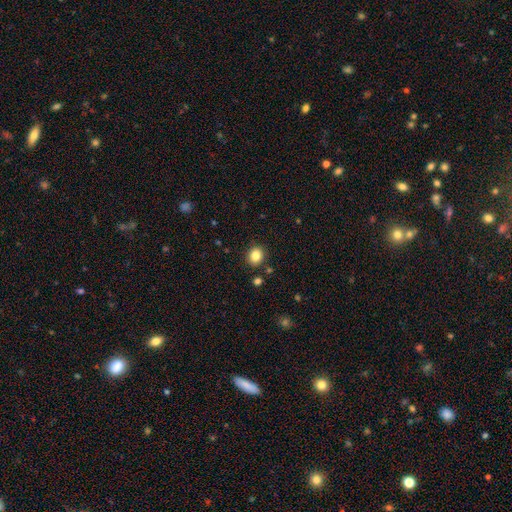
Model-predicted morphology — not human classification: Smooth or featured?
  - smooth: 84% *
  - star or artifact: 10%
  - featured or disk: 5%
How rounded?
  - round: 71% *
  - in between: 28%
  - cigar-shaped: 1%
Merging?
  - none: 88% *
  - minor disturbance: 7%
  - merger: 3%
  - major disturbance: 2%